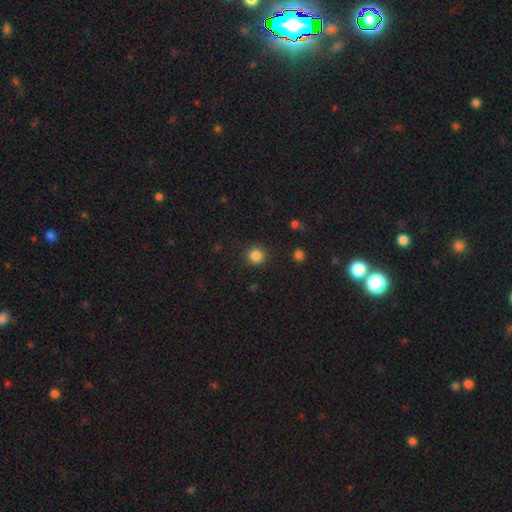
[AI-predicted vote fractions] The model was most divided on "smooth or featured": smooth: 85%, star or artifact: 11%, featured or disk: 4%. More confident: how rounded — round (94%); merging — none (90%).